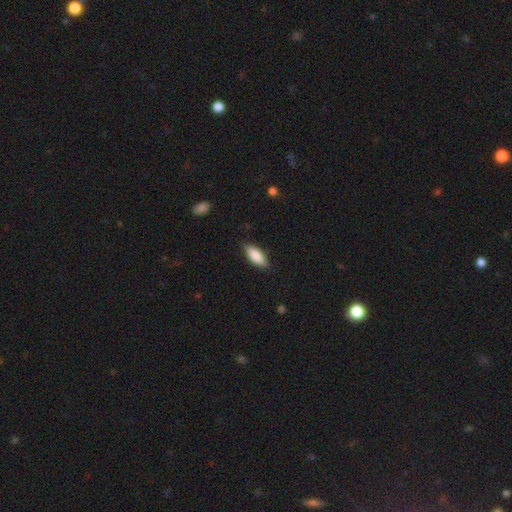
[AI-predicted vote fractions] Smooth or featured? smooth (84%)
How rounded? in between (75%)
Merging? none (81%)